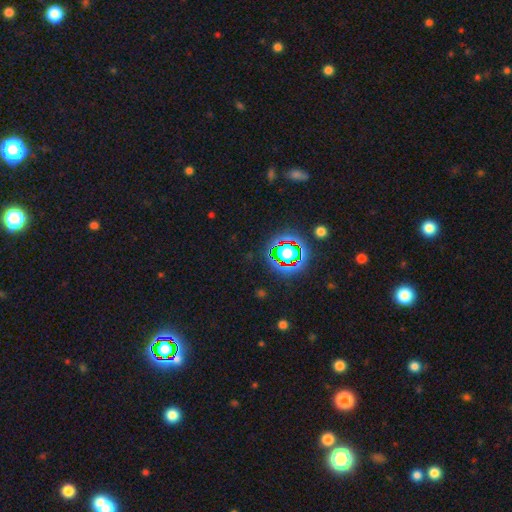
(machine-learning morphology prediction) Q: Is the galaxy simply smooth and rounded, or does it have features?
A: star or artifact — 80%.